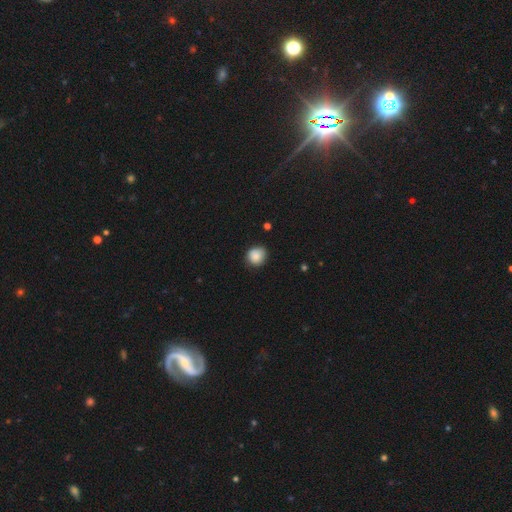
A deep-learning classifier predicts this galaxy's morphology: smooth-or-featured: smooth: 86% | star or artifact: 8% | featured or disk: 5%
  how-rounded: round: 83% | in between: 16% | cigar-shaped: 1%
  merging: none: 74% | minor disturbance: 21% | major disturbance: 3% | merger: 1%